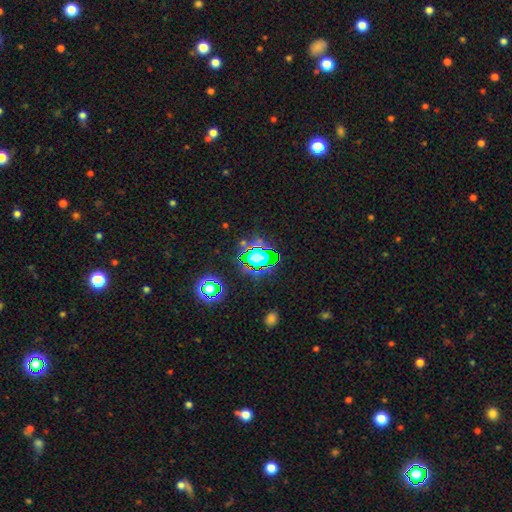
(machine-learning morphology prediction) A star or artifact, not a galaxy (60%).